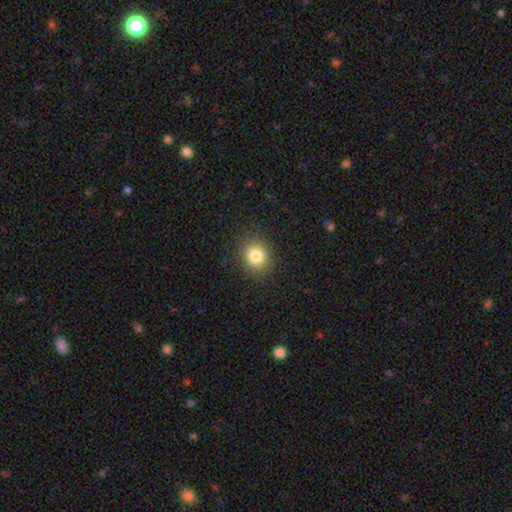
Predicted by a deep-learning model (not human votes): Overall: smooth (83%). How rounded: round (69%; in between 30%). Merging: none (88%).